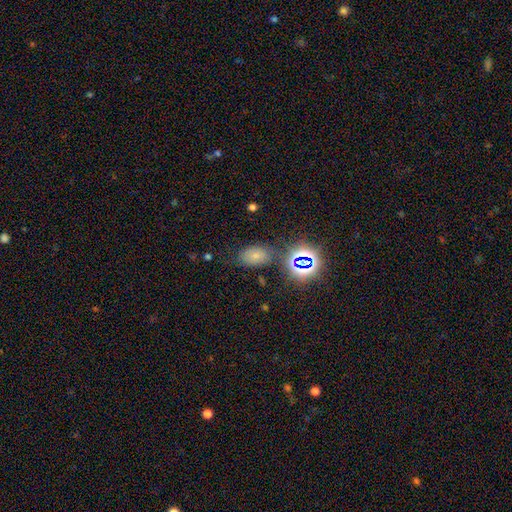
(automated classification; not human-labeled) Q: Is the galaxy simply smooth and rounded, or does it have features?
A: smooth — 62%.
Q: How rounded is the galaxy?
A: in between — 86%.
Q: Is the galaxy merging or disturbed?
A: none — 73%.